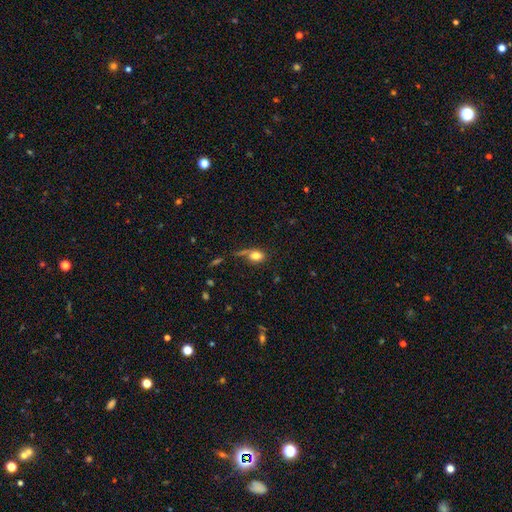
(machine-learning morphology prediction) smooth-or-featured: smooth: 78% | featured or disk: 12% | star or artifact: 10%
  how-rounded: in between: 76% | round: 20% | cigar-shaped: 4%
  merging: none: 45% | minor disturbance: 21% | major disturbance: 18% | merger: 16%